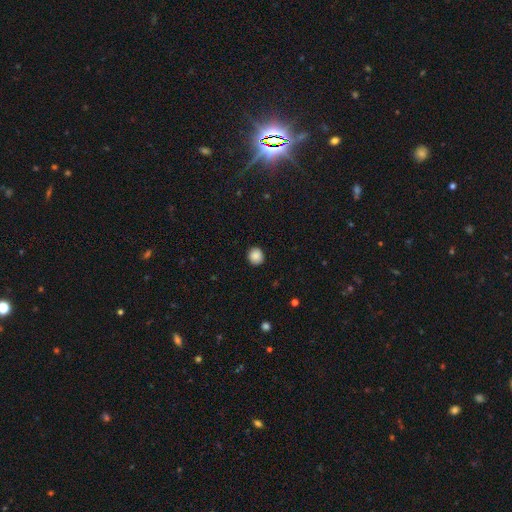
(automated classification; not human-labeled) A smooth galaxy with no disk features (88%) that is round (87%).

Vote fractions:
- Smooth or featured? smooth: 88% / star or artifact: 9% / featured or disk: 3%
- How rounded? round: 87% / in between: 12% / cigar-shaped: 1%
- Merging? none: 91% / minor disturbance: 7% / major disturbance: 2% / merger: 1%